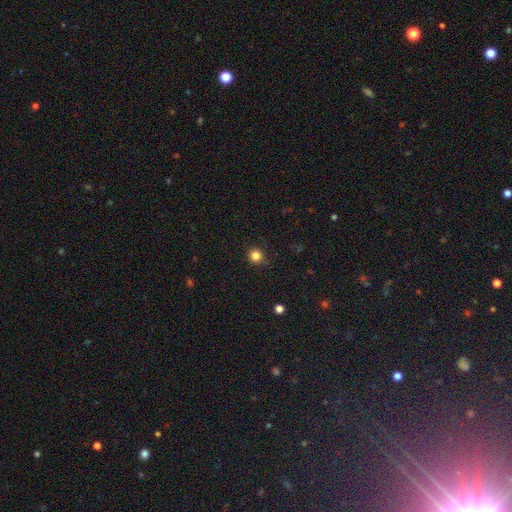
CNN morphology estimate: This is clearly a smooth galaxy (84%). How rounded: clearly round (94%). Merging: clearly none (89%).